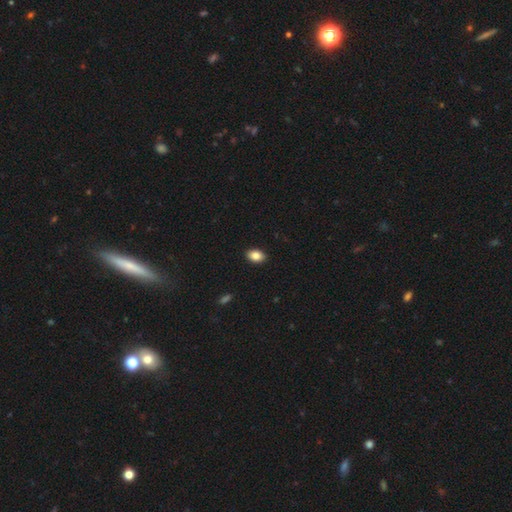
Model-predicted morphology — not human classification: A smooth galaxy with no disk features (85%) that is in between round and cigar-shaped (86%).

Vote fractions:
- Smooth or featured? smooth: 85% / star or artifact: 8% / featured or disk: 7%
- How rounded? in between: 86% / round: 12% / cigar-shaped: 1%
- Merging? none: 90% / minor disturbance: 7% / major disturbance: 2% / merger: 1%